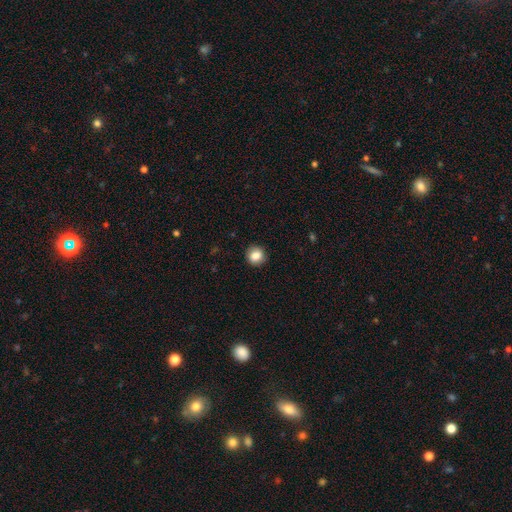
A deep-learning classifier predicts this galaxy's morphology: This appears to be a smooth galaxy with no disk features (85%) that is round (88%). Merging: none (90%).